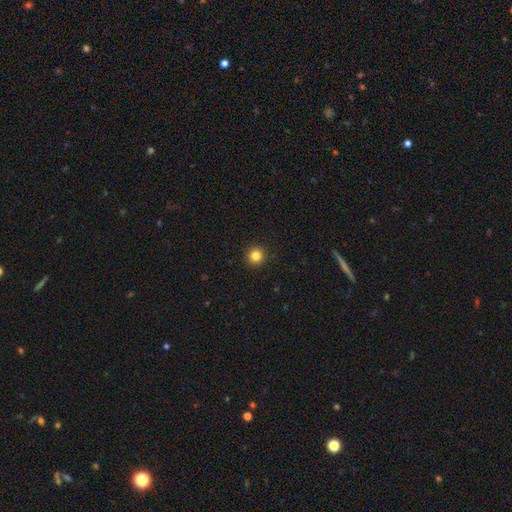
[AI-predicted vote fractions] The model was most divided on "smooth or featured": smooth: 84%, star or artifact: 12%, featured or disk: 4%. More confident: how rounded — round (95%); merging — none (93%).